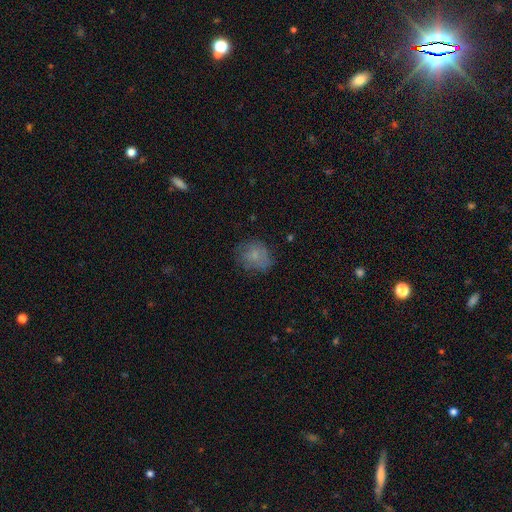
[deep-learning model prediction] A smooth galaxy with no disk features (70%) that is round (65%). Merging: none (63%).